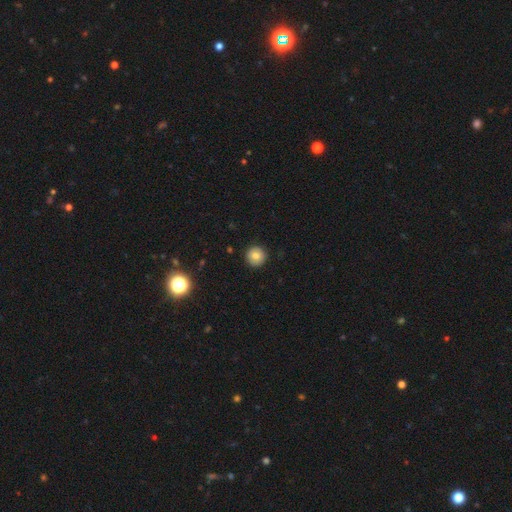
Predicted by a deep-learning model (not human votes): The model was most divided on "smooth or featured": smooth: 79%, featured or disk: 11%, star or artifact: 10%. More confident: how rounded — round (95%); merging — none (89%).